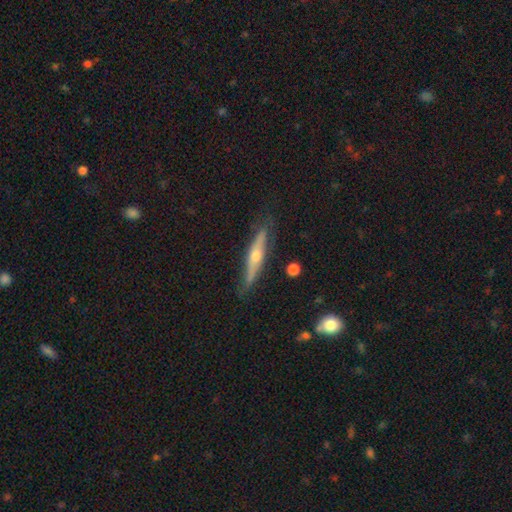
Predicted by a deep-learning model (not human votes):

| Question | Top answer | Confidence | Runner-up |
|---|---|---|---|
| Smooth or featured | featured or disk | 68% | smooth (26%) |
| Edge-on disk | yes | 94% | no (6%) |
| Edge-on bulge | rounded | 87% | none (9%) |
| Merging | none | 81% | minor disturbance (15%) |